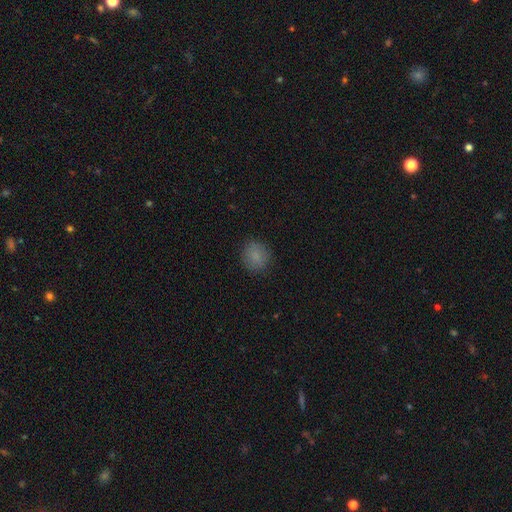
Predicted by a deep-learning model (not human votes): Smooth or featured?
  - smooth: 84% *
  - star or artifact: 10%
  - featured or disk: 6%
How rounded?
  - round: 83% *
  - in between: 16%
  - cigar-shaped: 1%
Merging?
  - none: 85% *
  - minor disturbance: 11%
  - major disturbance: 3%
  - merger: 1%